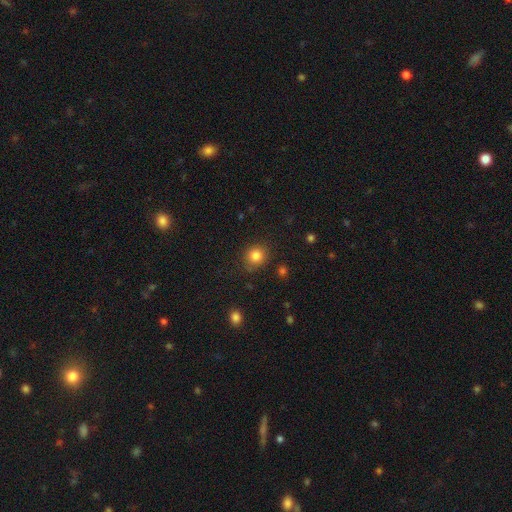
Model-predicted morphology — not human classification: Overall: smooth (84%). How rounded: round (84%). Merging: none (83%).